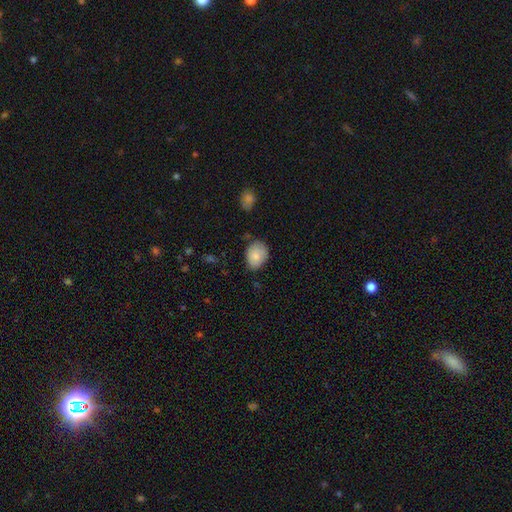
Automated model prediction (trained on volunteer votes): Smooth or featured: smooth — 81% (featured or disk — 12%)
How rounded: in between — 67% (round — 32%)
Merging: none — 64% (minor disturbance — 29%)